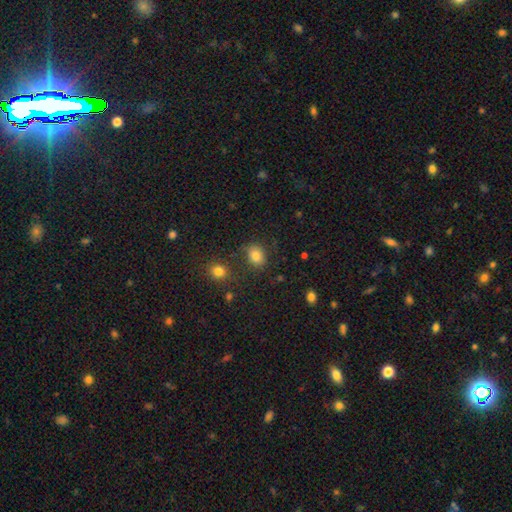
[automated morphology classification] A smooth galaxy with no disk features (82%) that is round (50%).

Vote fractions:
- Smooth or featured? smooth: 82% / star or artifact: 12% / featured or disk: 6%
- How rounded? round: 50% / in between: 49% / cigar-shaped: 1%
- Merging? none: 78% / minor disturbance: 13% / merger: 6% / major disturbance: 4%